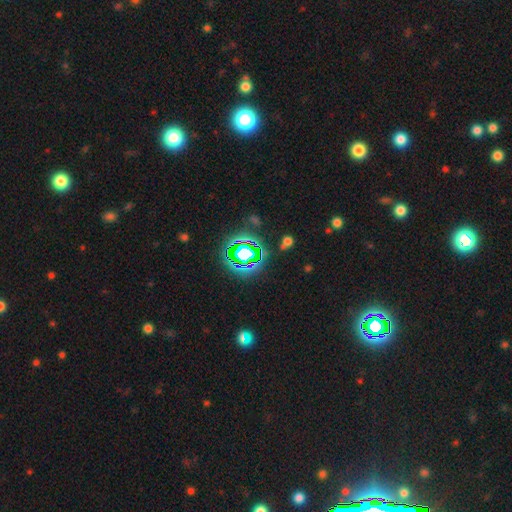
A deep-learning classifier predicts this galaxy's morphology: Overall: star or artifact (77%).